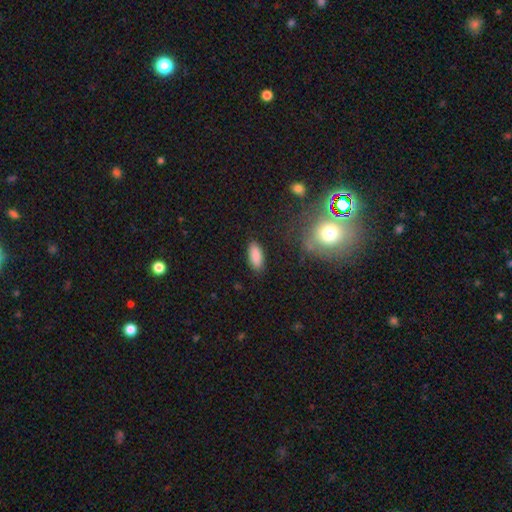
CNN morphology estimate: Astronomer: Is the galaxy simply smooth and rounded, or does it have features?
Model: smooth — 88%.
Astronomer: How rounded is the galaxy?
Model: in between — 84%.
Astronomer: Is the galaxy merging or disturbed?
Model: none — 86%.